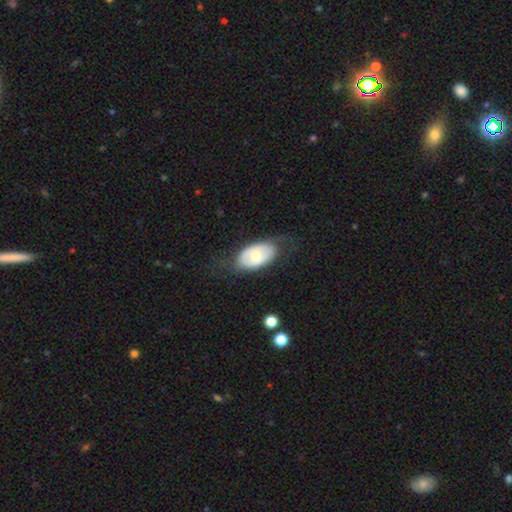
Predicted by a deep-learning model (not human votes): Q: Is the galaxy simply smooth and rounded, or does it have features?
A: smooth — 54%.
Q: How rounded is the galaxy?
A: in between — 92%.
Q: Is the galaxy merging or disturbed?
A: none — 63%.